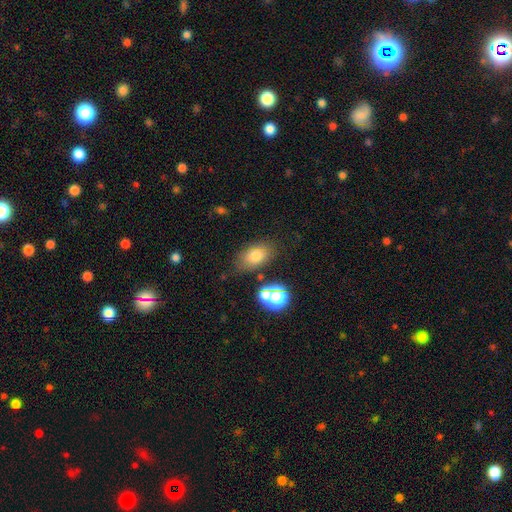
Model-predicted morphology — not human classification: Q: Smooth or featured?
A: smooth (72%); runner-up: star or artifact (14%)
Q: How rounded?
A: in between (85%); runner-up: round (14%)
Q: Merging?
A: none (73%); runner-up: minor disturbance (16%)